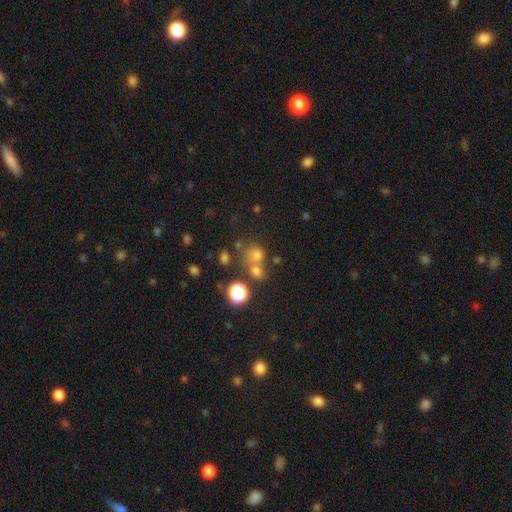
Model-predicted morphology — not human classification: This is likely a smooth galaxy (64%). How rounded: clearly round (83%). Merging: possibly none (52%).